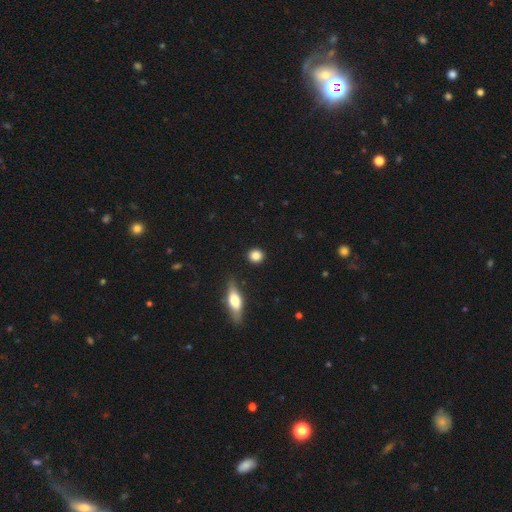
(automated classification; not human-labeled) This appears to be a smooth galaxy with no disk features (85%) that is round (86%). Merging: none (89%).